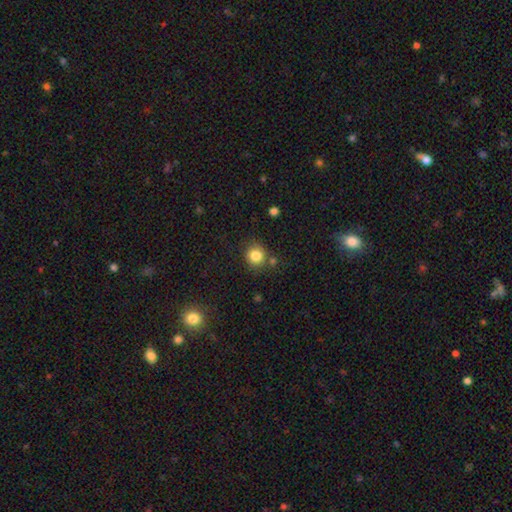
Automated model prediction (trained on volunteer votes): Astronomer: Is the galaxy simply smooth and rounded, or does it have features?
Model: smooth — 83%.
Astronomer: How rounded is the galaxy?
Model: round — 88%.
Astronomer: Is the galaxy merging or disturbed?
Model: none — 78%.